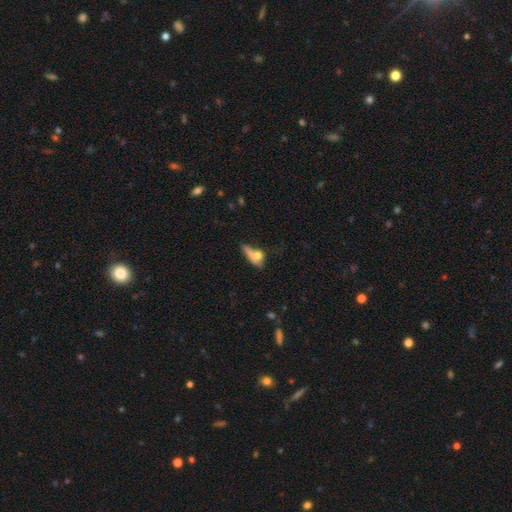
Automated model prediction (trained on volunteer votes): A smooth galaxy with no disk features (62%) that is in between round and cigar-shaped (50%).

Vote fractions:
- Smooth or featured? smooth: 62% / featured or disk: 26% / star or artifact: 11%
- How rounded? in between: 50% / cigar-shaped: 31% / round: 19%
- Merging? none: 31% / merger: 27% / major disturbance: 23% / minor disturbance: 19%